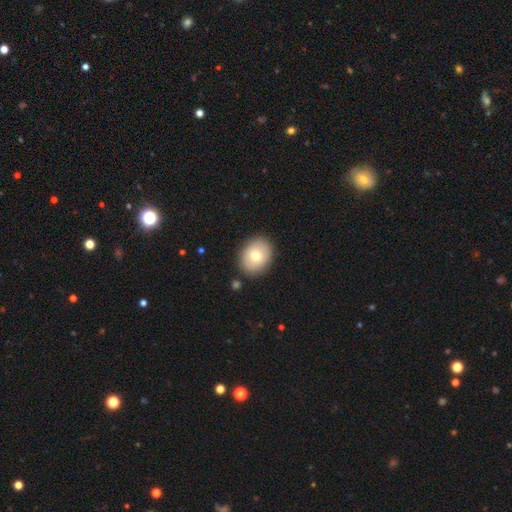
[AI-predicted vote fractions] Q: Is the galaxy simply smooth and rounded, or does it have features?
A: smooth — 71%.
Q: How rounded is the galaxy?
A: in between — 55%.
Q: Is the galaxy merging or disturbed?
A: none — 87%.